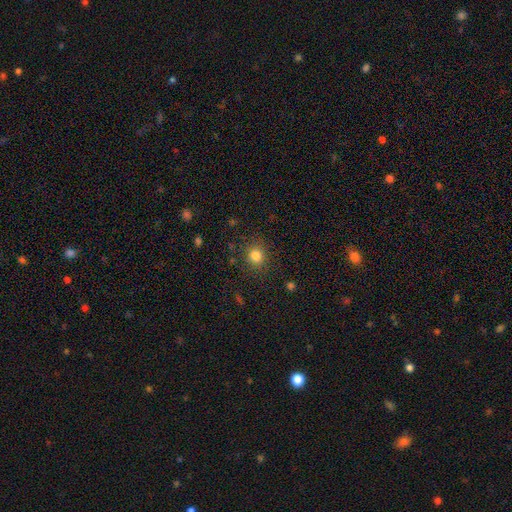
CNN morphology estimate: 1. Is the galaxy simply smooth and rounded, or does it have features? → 82% smooth, 13% star or artifact, 6% featured or disk.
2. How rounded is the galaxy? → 81% round, 18% in between, 1% cigar-shaped.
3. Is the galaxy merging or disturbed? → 86% none, 9% minor disturbance, 3% major disturbance, 1% merger.